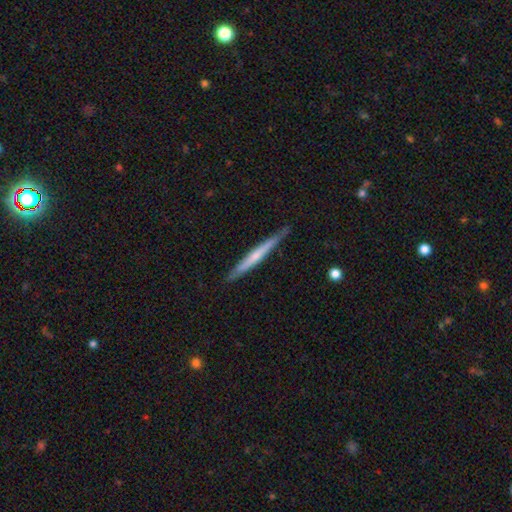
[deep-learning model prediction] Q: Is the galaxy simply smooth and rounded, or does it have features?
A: featured or disk — 55%.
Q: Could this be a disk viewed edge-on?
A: yes — 97%.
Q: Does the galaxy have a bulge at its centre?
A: none — 55%.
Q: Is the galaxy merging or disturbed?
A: none — 86%.